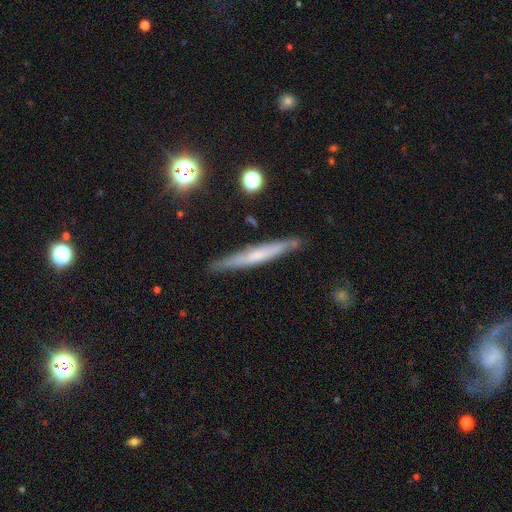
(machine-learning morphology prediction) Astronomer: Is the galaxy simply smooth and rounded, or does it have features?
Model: featured or disk — 48% (runner-up: smooth, 44%).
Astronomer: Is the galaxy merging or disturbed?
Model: none — 86%.